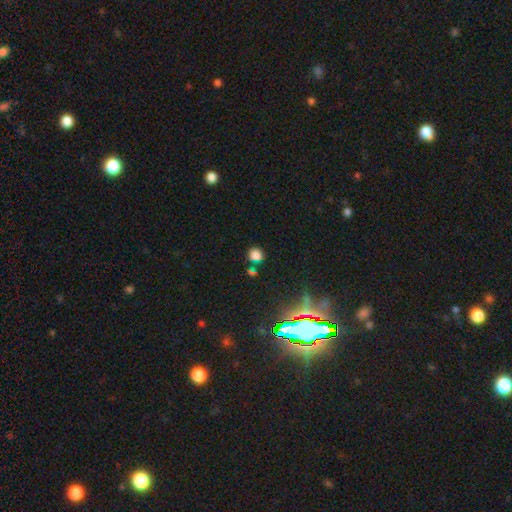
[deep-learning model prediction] smooth 70%, star or artifact 24%, featured or disk 7%. Down the decision tree: how rounded — round (82%); merging — none (73%).